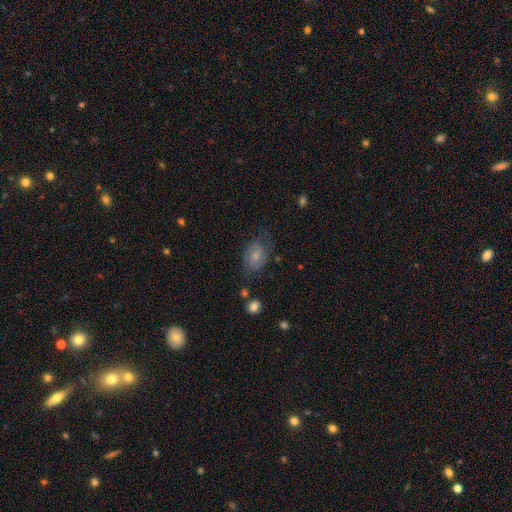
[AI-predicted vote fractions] Q: Smooth or featured?
A: featured or disk (49%); runner-up: smooth (42%)
Q: Merging?
A: none (61%); runner-up: minor disturbance (24%)